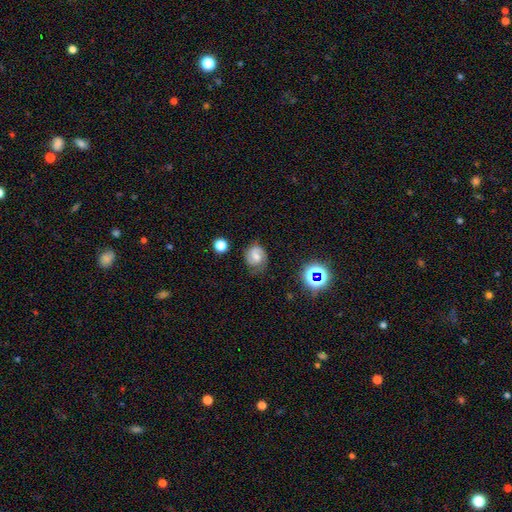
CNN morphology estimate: A featured or disk galaxy (57%) with a weak bar (47%), spiral arms (91%) and a moderate central bulge (48%).

Vote fractions:
- Smooth or featured? featured or disk: 57% / smooth: 31% / star or artifact: 13%
- Edge-on disk? no: 97% / yes: 3%
- Bar? weak: 47% / no: 39% / strong: 14%
- Spiral arms? yes: 91% / no: 9%
- Bulge size? moderate: 48% / small: 34% / none: 9% / large: 7% / dominant: 2%
- Merging? none: 68% / minor disturbance: 22% / major disturbance: 8% / merger: 2%